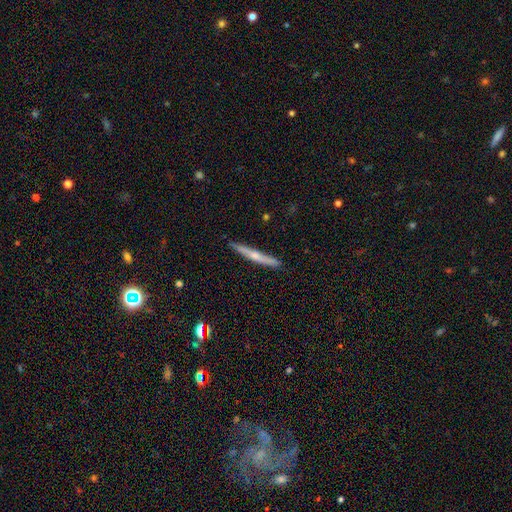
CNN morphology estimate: Smooth or featured? featured or disk (56%)
Edge-on disk? yes (96%)
Edge-on bulge? rounded (70%)
Merging? none (88%)